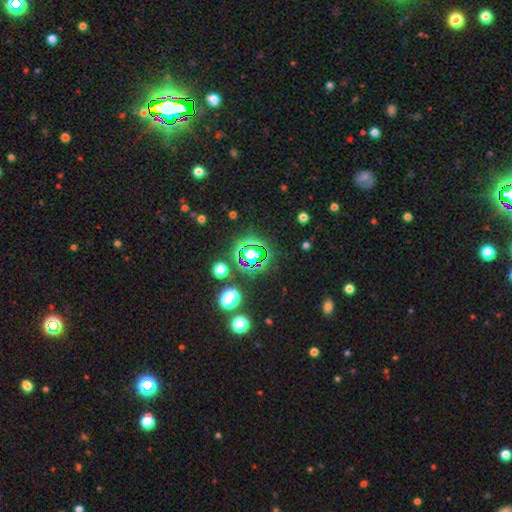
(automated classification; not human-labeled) A star or artifact, not a galaxy (71%).